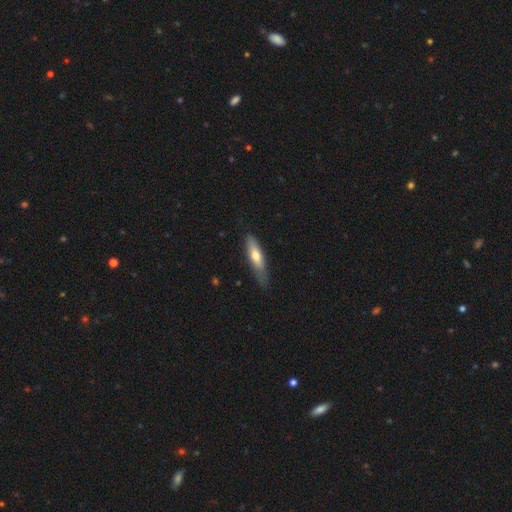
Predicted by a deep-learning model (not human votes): Overall: smooth (62%; featured or disk 32%). How rounded: cigar-shaped (69%). Merging: none (67%).